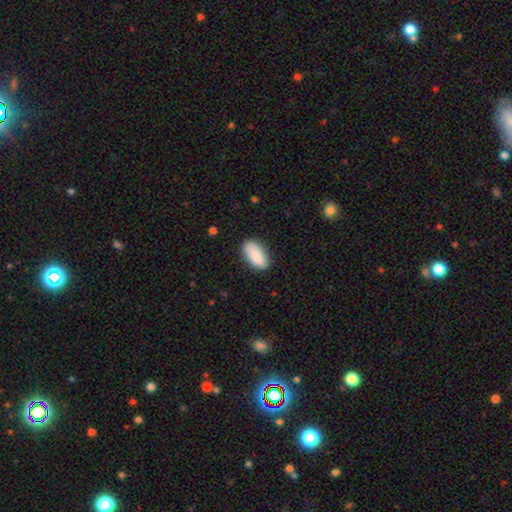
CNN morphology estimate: Smooth or featured? Predicted: smooth (p=0.85). How rounded? Predicted: in between (p=0.92). Merging? Predicted: none (p=0.85).